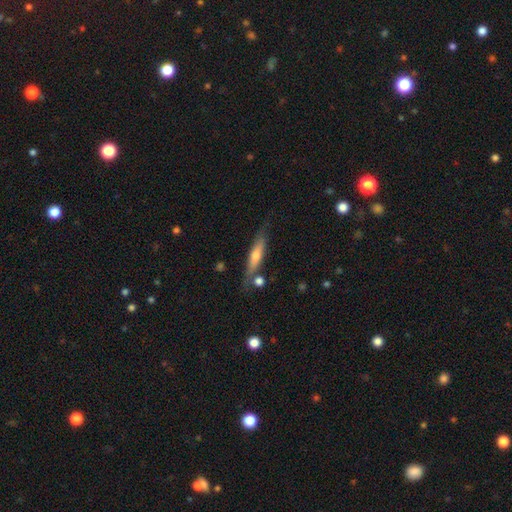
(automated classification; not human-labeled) This is possibly a featured or disk galaxy (51%). It is clearly viewed edge-on (89%). Merging: likely none (75%).